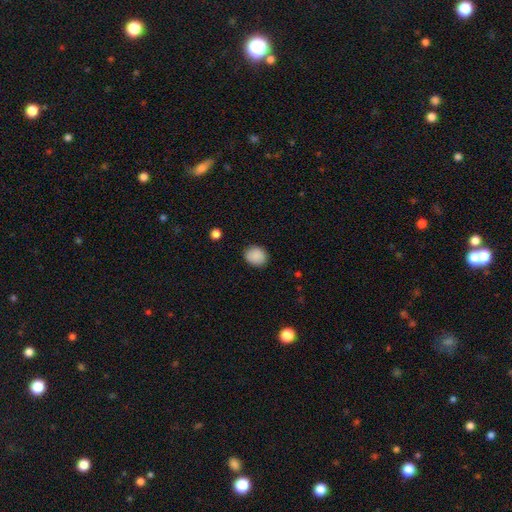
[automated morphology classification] smooth_or_featured: smooth (p=0.89) [alt: star or artifact p=0.08]
how_rounded: round (p=0.68) [alt: in between p=0.31]
merging: none (p=0.87) [alt: minor disturbance p=0.09]